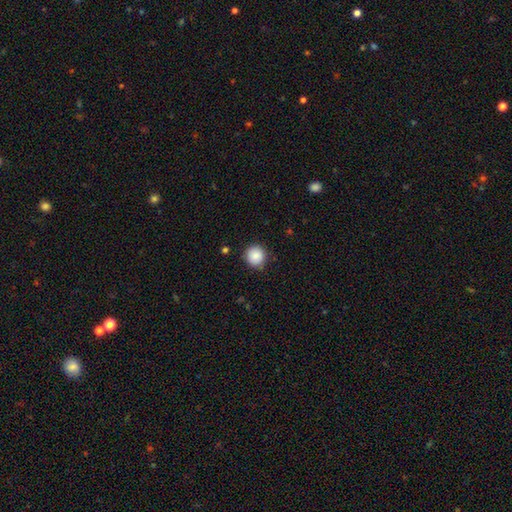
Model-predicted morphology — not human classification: Overall: smooth (86%). How rounded: round (92%). Merging: none (86%).